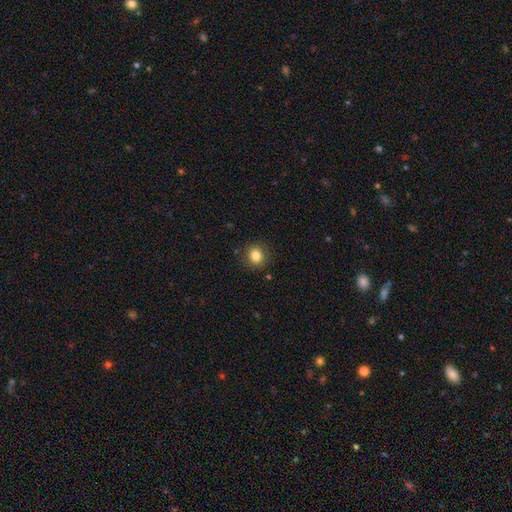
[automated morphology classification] smooth-or-featured: smooth: 83% | star or artifact: 11% | featured or disk: 6%
  how-rounded: round: 73% | in between: 26% | cigar-shaped: 1%
  merging: none: 88% | minor disturbance: 8% | major disturbance: 3% | merger: 1%